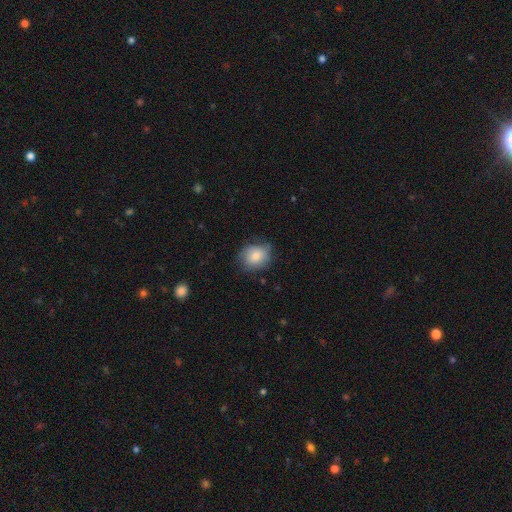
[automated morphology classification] The model was most divided on "how rounded": round: 65%, in between: 34%, cigar-shaped: 1%. More confident: smooth or featured — smooth (79%); merging — none (68%).